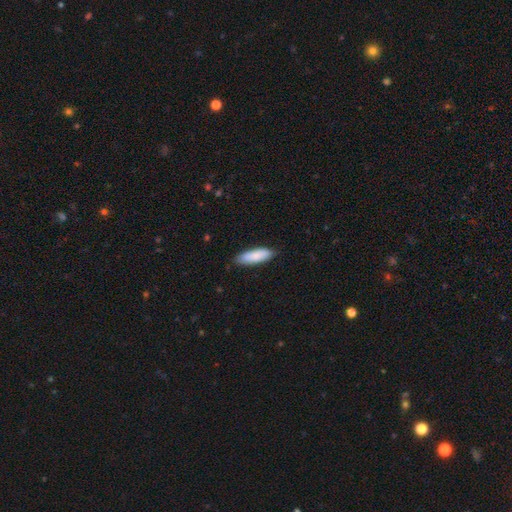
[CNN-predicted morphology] This is clearly a smooth galaxy (85%). How rounded: possibly in between (55%). Merging: clearly none (84%).